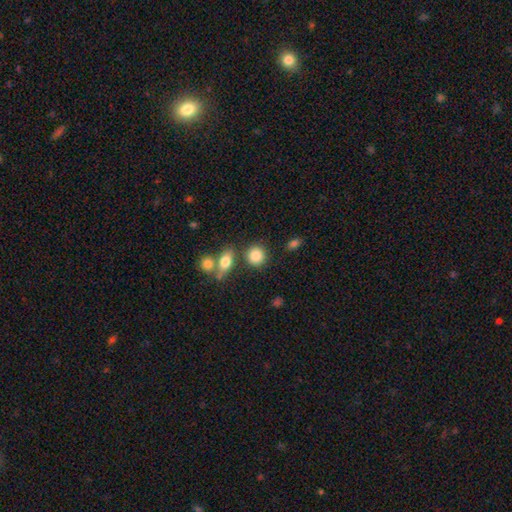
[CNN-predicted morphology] Overall: smooth (85%). How rounded: round (79%). Merging: none (72%).